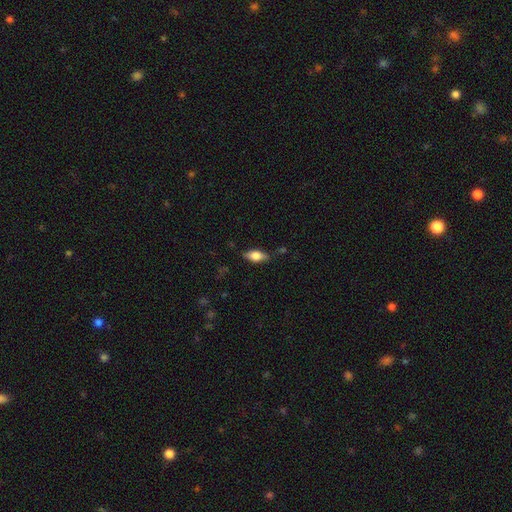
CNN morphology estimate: Smooth or featured?
  - smooth: 71% *
  - featured or disk: 22%
  - star or artifact: 7%
How rounded?
  - in between: 84% *
  - cigar-shaped: 12%
  - round: 4%
Merging?
  - none: 75% *
  - minor disturbance: 19%
  - major disturbance: 4%
  - merger: 2%